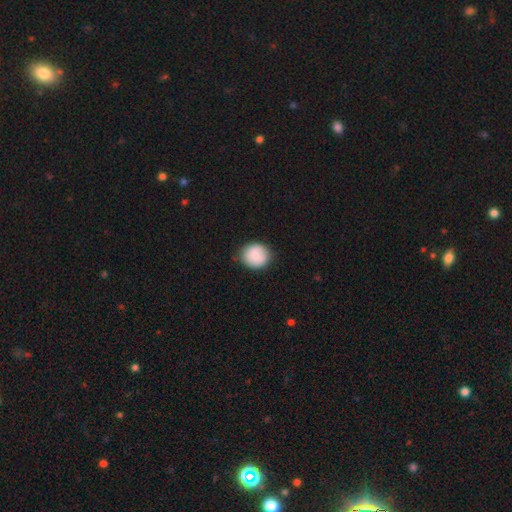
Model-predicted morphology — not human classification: A smooth galaxy with no disk features (82%) that is round (88%). Merging: none (84%).